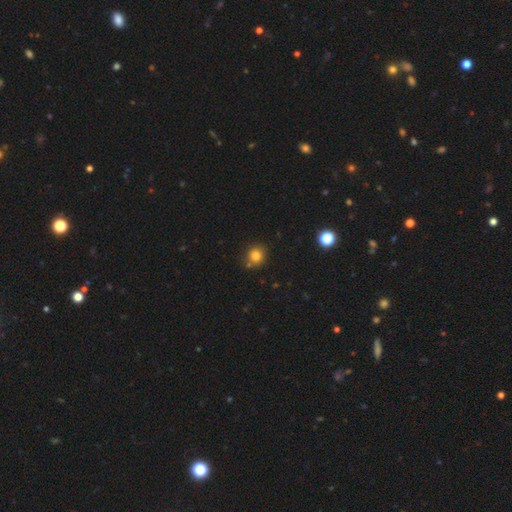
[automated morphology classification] Smooth or featured: smooth — 81% (star or artifact — 12%)
How rounded: round — 87% (in between — 12%)
Merging: none — 79% (minor disturbance — 12%)